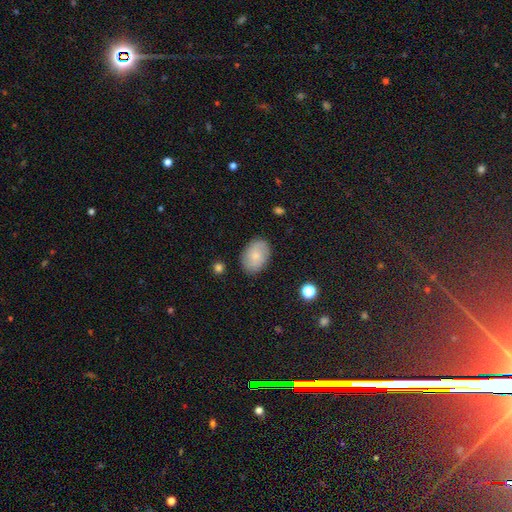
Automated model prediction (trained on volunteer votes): Smooth or featured? Predicted: smooth (p=0.69). How rounded? Predicted: in between (p=0.82). Merging? Predicted: none (p=0.85).